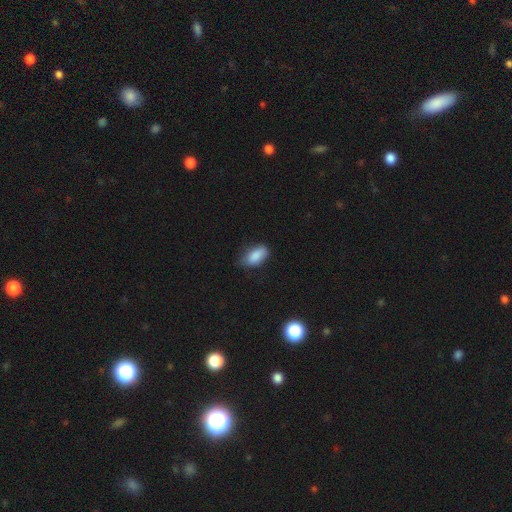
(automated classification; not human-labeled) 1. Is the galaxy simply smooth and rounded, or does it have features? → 86% smooth, 7% star or artifact, 6% featured or disk.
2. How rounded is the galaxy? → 91% in between, 5% cigar-shaped, 4% round.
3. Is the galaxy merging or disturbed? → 70% none, 24% minor disturbance, 4% major disturbance, 1% merger.